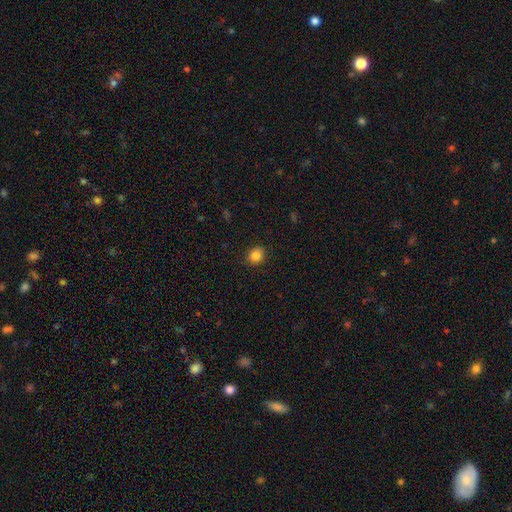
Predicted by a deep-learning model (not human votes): Smooth or featured?
  - smooth: 84% *
  - star or artifact: 10%
  - featured or disk: 5%
How rounded?
  - round: 74% *
  - in between: 25%
  - cigar-shaped: 1%
Merging?
  - none: 88% *
  - minor disturbance: 9%
  - major disturbance: 2%
  - merger: 1%